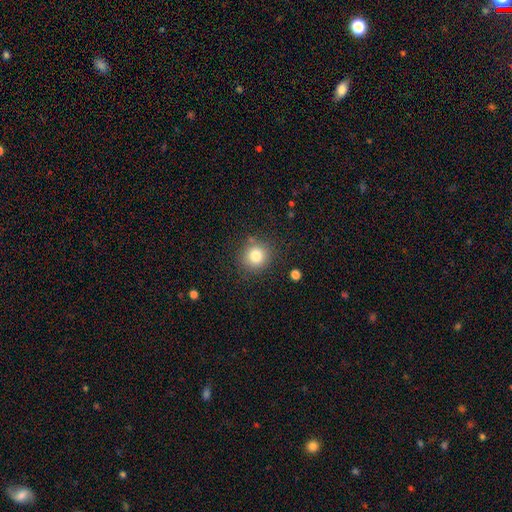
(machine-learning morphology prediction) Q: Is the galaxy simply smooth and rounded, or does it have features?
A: smooth — 81%.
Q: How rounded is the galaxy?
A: round — 89%.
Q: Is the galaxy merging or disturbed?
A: none — 83%.